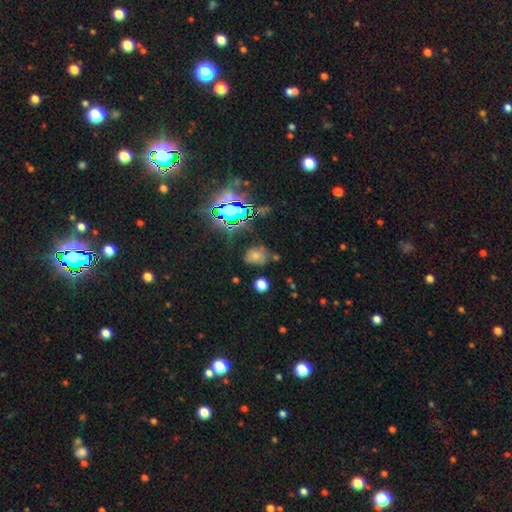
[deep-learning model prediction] Overall: smooth (59%; star or artifact 29%). How rounded: in between (58%; round 40%). Merging: none (62%; minor disturbance 23%).